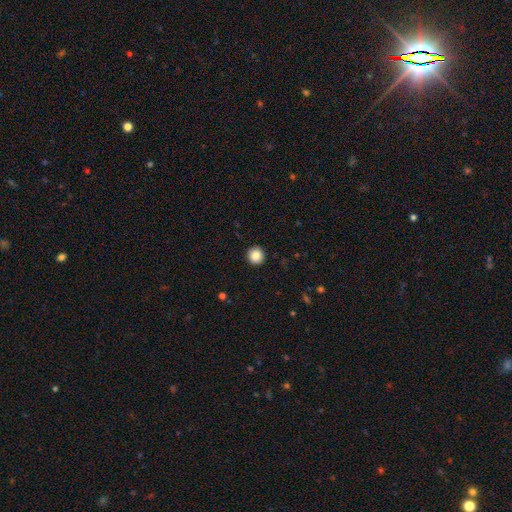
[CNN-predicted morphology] smooth-or-featured: smooth: 86% | star or artifact: 9% | featured or disk: 4%
  how-rounded: round: 93% | in between: 6% | cigar-shaped: 1%
  merging: none: 93% | minor disturbance: 5% | major disturbance: 2% | merger: 1%